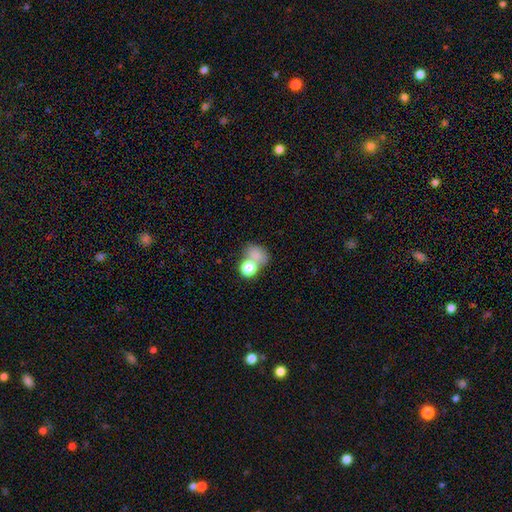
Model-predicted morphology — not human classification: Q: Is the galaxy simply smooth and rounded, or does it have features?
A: smooth — 75%.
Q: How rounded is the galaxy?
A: round — 54%.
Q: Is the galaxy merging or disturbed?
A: merger — 46%.